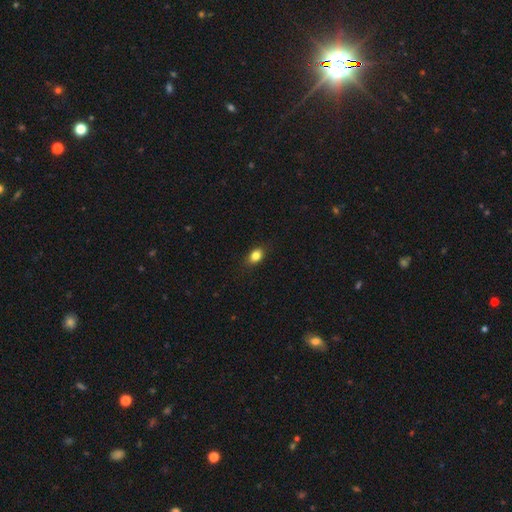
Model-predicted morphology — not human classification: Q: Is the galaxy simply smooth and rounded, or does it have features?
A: smooth — 84%.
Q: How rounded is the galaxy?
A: in between — 74%.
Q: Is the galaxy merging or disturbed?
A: none — 86%.